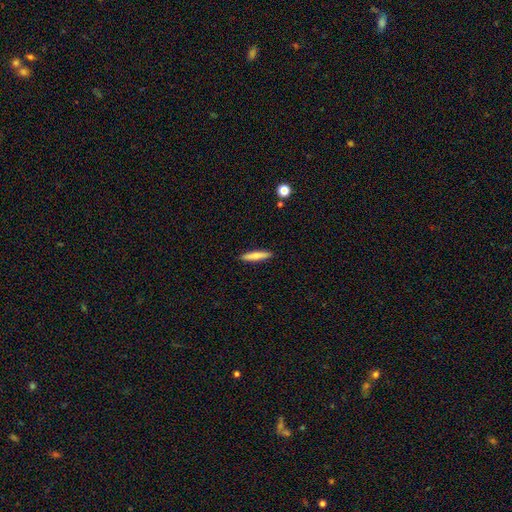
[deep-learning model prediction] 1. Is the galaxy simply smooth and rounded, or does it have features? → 74% smooth, 20% featured or disk, 6% star or artifact.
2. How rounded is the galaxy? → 88% cigar-shaped, 10% in between, 2% round.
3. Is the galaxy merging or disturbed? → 91% none, 6% minor disturbance, 1% major disturbance, 1% merger.